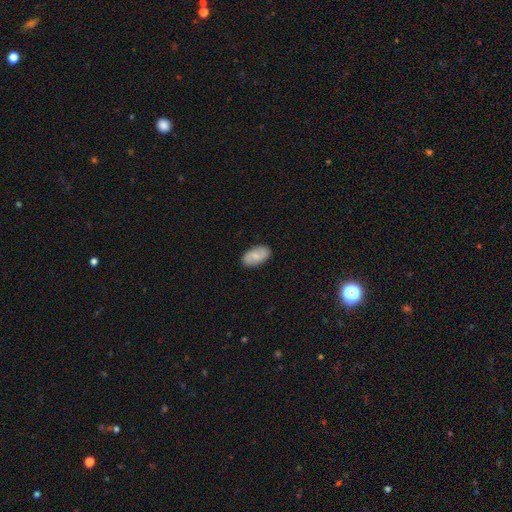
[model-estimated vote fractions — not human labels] This appears to be a smooth galaxy with no disk features (59%) that is in between round and cigar-shaped (93%). Merging: none (86%).